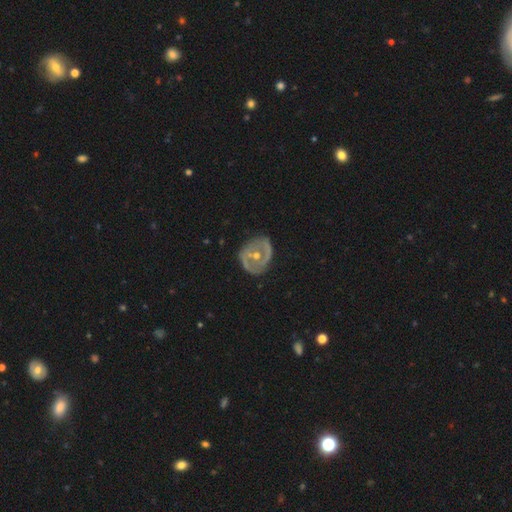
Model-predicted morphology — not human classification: Q: Smooth or featured?
A: featured or disk (73%); runner-up: smooth (19%)
Q: Edge-on disk?
A: no (95%); runner-up: yes (5%)
Q: Bar?
A: no (46%); runner-up: weak (33%)
Q: Spiral arms?
A: no (54%); runner-up: yes (46%)
Q: Bulge size?
A: moderate (50%); runner-up: small (46%)
Q: Merging?
A: none (74%); runner-up: minor disturbance (18%)